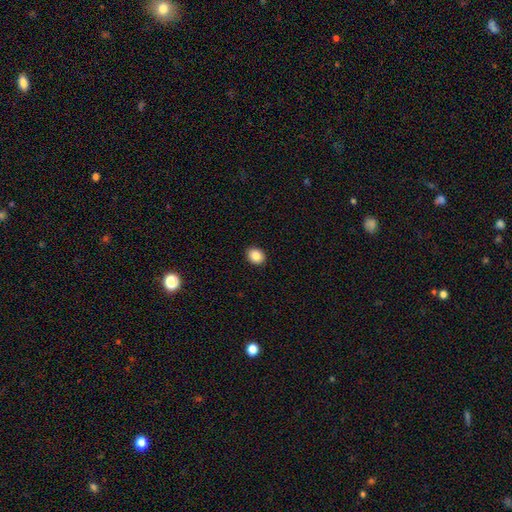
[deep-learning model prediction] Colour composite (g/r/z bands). It shows a smooth galaxy with no disk features (86%) that is round (52%). Merging: none (92%).